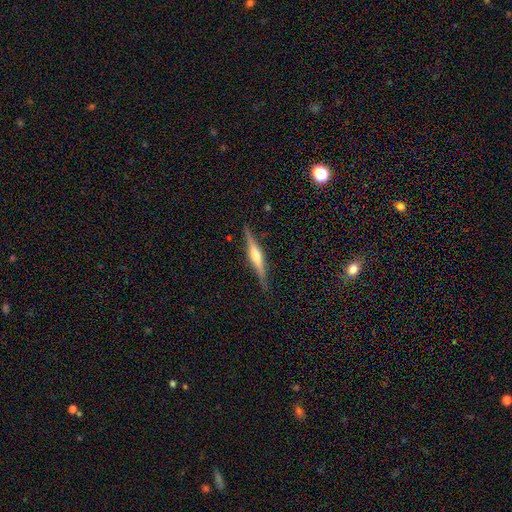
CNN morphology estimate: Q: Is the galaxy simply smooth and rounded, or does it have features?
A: featured or disk — 73%.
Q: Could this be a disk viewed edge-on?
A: yes — 98%.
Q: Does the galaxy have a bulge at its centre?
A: rounded — 78%.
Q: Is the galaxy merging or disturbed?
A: none — 88%.